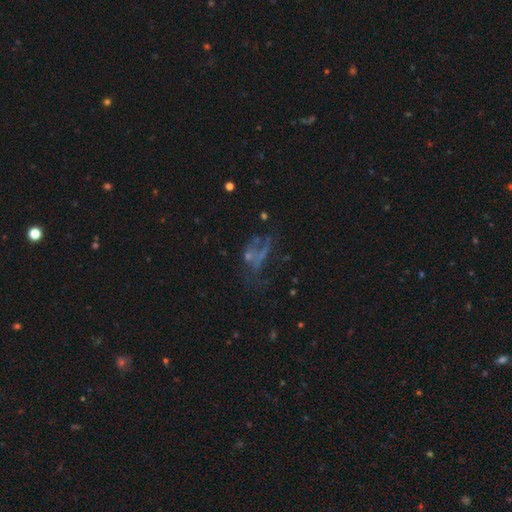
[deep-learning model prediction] Overall: featured or disk (46%; smooth 29%). Merging: major disturbance (41%; none 31%).